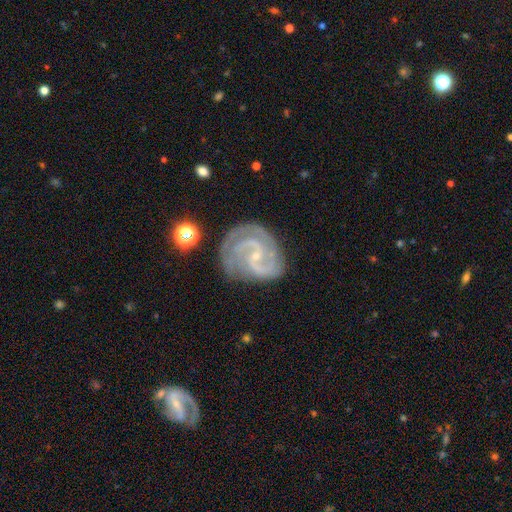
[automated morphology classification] smooth_or_featured: featured or disk (p=0.90) [alt: star or artifact p=0.05]
disk_edge_on: no (p=0.98) [alt: yes p=0.02]
bar: no (p=0.46) [alt: weak p=0.40]
has_spiral_arms: yes (p=0.98) [alt: no p=0.02]
spiral_winding: tight (p=0.53) [alt: medium p=0.40]
spiral_arm_count: 2 (p=0.50) [alt: 3 p=0.27]
bulge_size: small (p=0.83) [alt: moderate p=0.12]
merging: none (p=0.71) [alt: minor disturbance p=0.19]